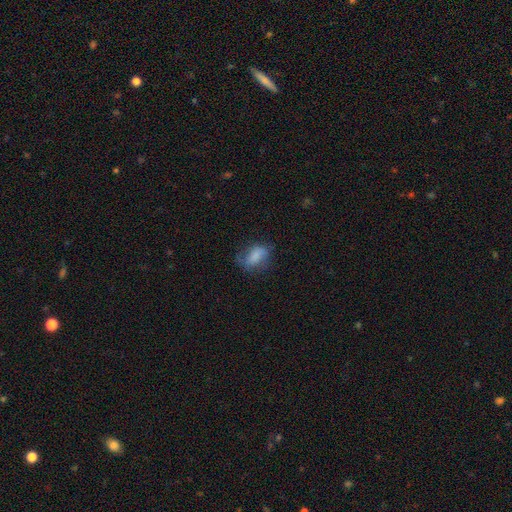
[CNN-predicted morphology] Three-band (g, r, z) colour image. It shows a smooth galaxy with no disk features (72%) that is in between round and cigar-shaped (84%). Merging: none (53%).